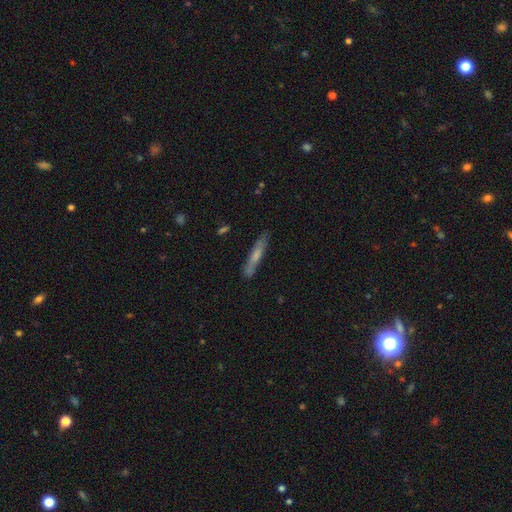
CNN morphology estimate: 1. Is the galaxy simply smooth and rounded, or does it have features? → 57% smooth, 37% featured or disk, 7% star or artifact.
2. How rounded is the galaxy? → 92% cigar-shaped, 7% in between, 2% round.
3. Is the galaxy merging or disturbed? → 82% none, 14% minor disturbance, 3% major disturbance, 2% merger.